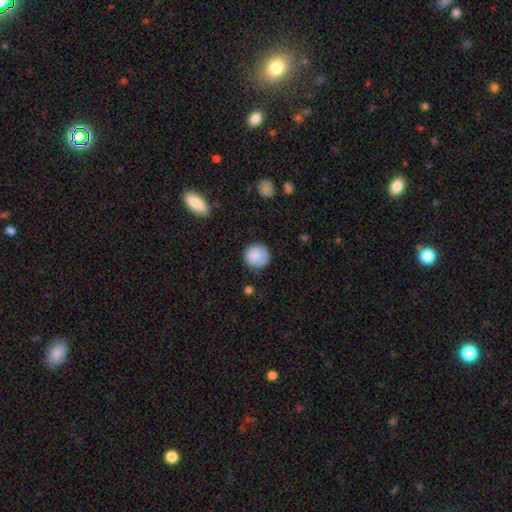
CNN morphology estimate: Smooth or featured?
  - smooth: 88% *
  - star or artifact: 8%
  - featured or disk: 5%
How rounded?
  - round: 93% *
  - in between: 6%
  - cigar-shaped: 1%
Merging?
  - none: 80% *
  - minor disturbance: 15%
  - major disturbance: 4%
  - merger: 1%